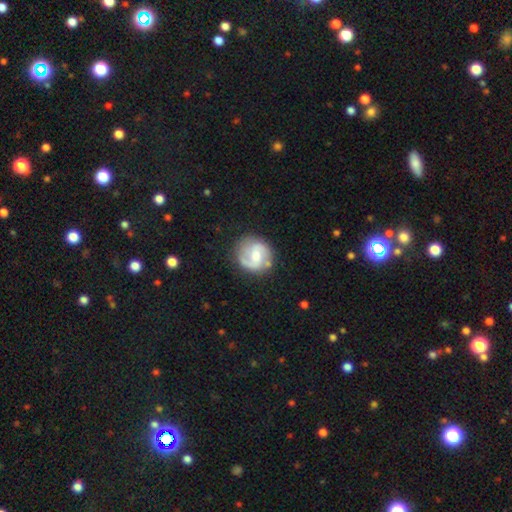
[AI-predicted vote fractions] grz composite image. It shows a featured or disk galaxy (73%) with a weak bar (54%), 2 (81%) medium (47%) spiral arms (91%) and a moderate central bulge (60%). Merging: none (75%).